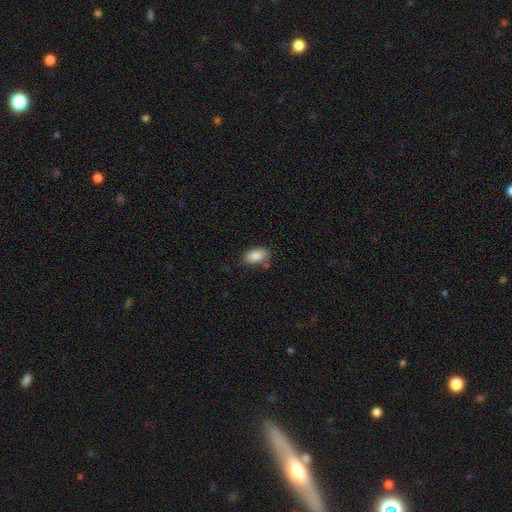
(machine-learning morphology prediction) Q: Smooth or featured?
A: smooth (87%); runner-up: star or artifact (7%)
Q: How rounded?
A: in between (92%); runner-up: round (5%)
Q: Merging?
A: none (76%); runner-up: minor disturbance (15%)